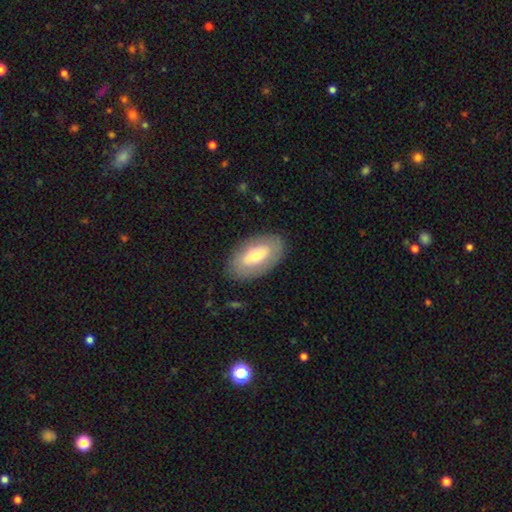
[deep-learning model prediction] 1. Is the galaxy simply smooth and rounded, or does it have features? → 54% smooth, 40% featured or disk, 6% star or artifact.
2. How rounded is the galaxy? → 93% in between, 4% cigar-shaped, 4% round.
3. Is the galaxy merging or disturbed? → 84% none, 11% minor disturbance, 4% major disturbance, 1% merger.